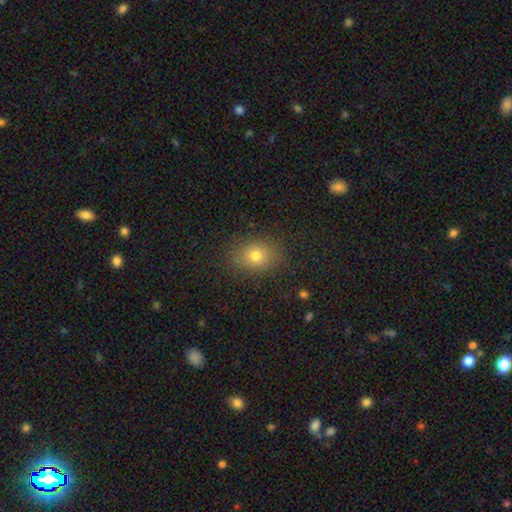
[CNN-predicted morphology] type=smooth (75%); roundness=in between (55%); merging=none (84%).